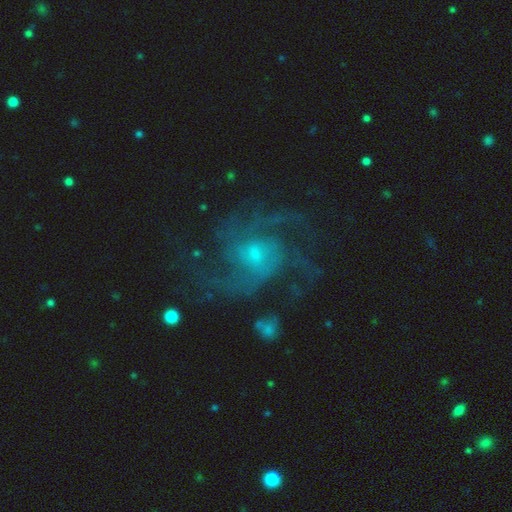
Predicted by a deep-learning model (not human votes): Smooth or featured: featured or disk — 86% (star or artifact — 8%)
Edge-on disk: no — 98% (yes — 2%)
Bar: no — 62% (weak — 32%)
Spiral arms: yes — 95% (no — 5%)
Spiral winding: medium — 52% (loose — 24%)
Spiral arm count: 3 — 26% (2 — 23%)
Bulge size: small — 67% (moderate — 25%)
Merging: none — 62% (major disturbance — 20%)